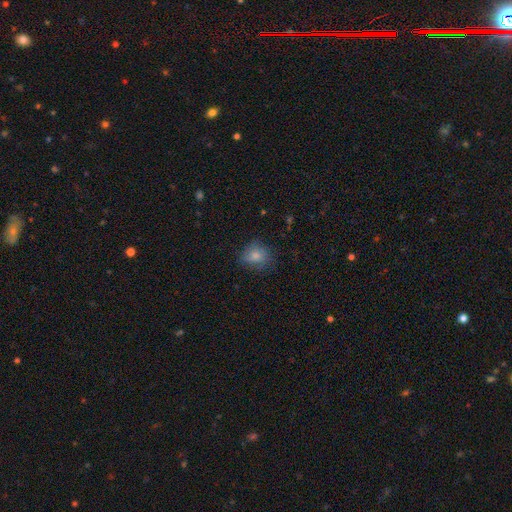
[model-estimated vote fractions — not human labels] Morphology: type=smooth (81%); roundness=round (70%); merging=none (71%).